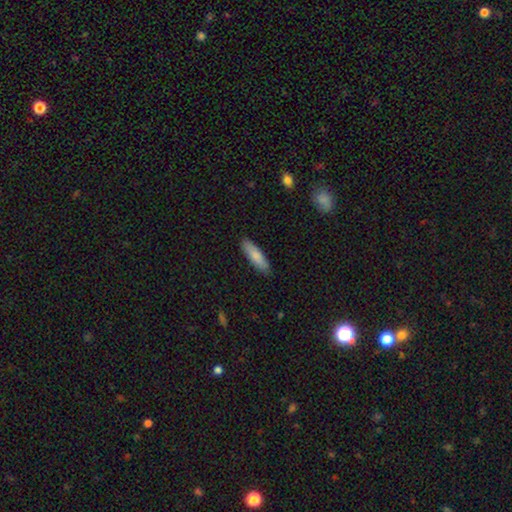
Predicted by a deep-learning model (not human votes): smooth-or-featured: smooth: 82% | featured or disk: 12% | star or artifact: 5%
  how-rounded: cigar-shaped: 64% | in between: 35% | round: 2%
  merging: none: 88% | minor disturbance: 9% | major disturbance: 2% | merger: 1%